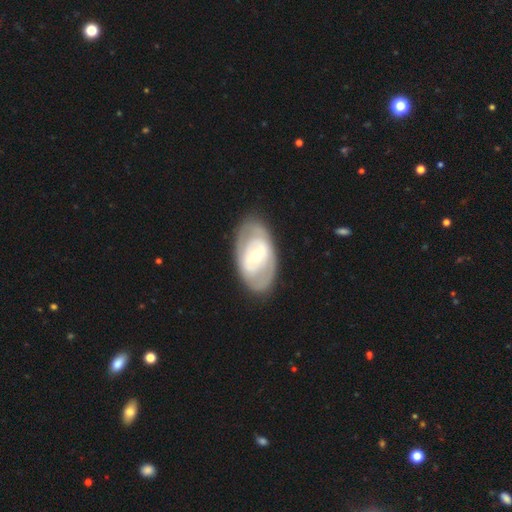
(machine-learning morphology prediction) A featured or disk galaxy (69%) with a weak bar (39%), no spiral arms (52%) and a moderate central bulge (58%). Merging: none (80%).